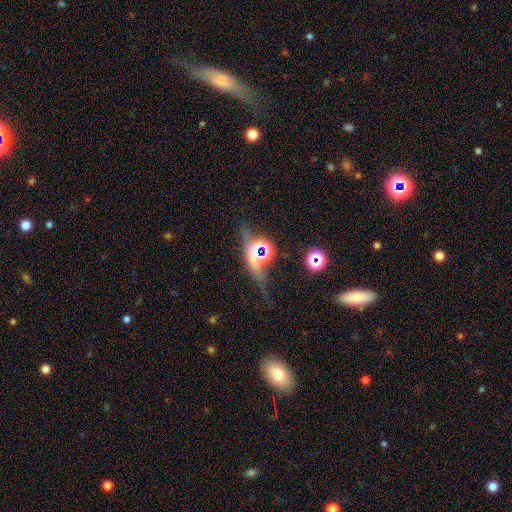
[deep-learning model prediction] Smooth or featured? Predicted: star or artifact (p=0.49).